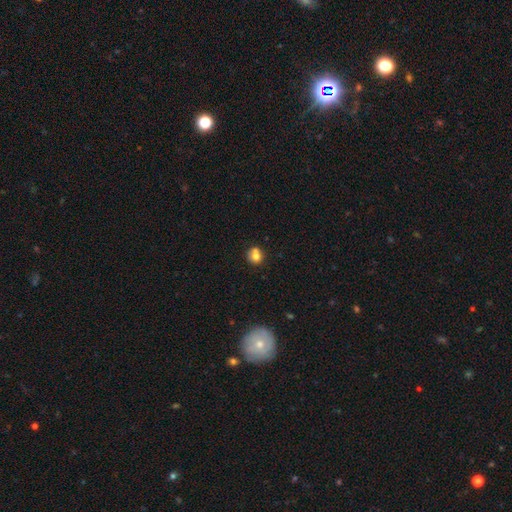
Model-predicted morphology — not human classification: smooth-or-featured: smooth: 74% | featured or disk: 15% | star or artifact: 11%
  how-rounded: round: 80% | in between: 19% | cigar-shaped: 1%
  merging: none: 52% | merger: 28% | minor disturbance: 16% | major disturbance: 5%